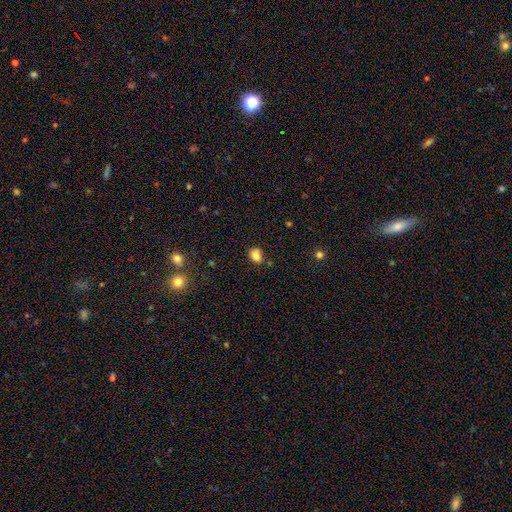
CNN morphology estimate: This is clearly a smooth galaxy (82%). How rounded: possibly round (60%). Merging: likely none (75%).